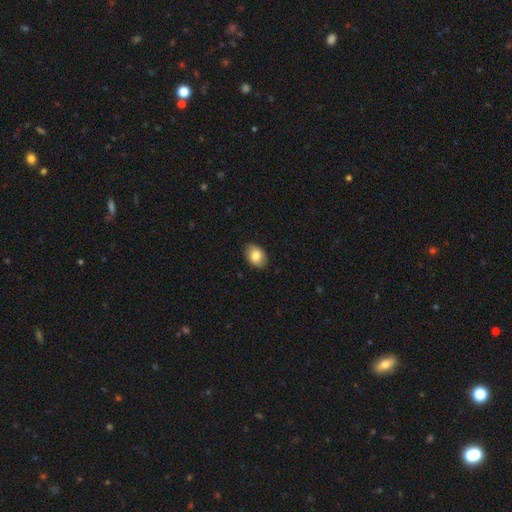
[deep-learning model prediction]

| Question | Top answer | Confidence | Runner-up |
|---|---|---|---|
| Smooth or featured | smooth | 81% | featured or disk (12%) |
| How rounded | in between | 85% | round (14%) |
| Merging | none | 87% | minor disturbance (10%) |